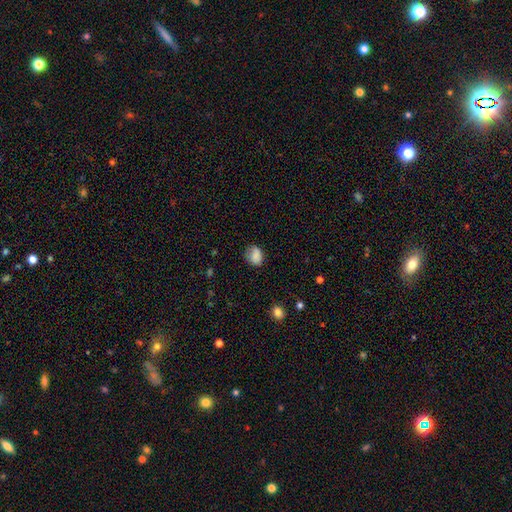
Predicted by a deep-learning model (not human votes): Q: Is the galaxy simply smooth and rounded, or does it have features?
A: smooth — 81%.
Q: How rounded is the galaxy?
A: in between — 60%.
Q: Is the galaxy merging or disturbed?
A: none — 62%.